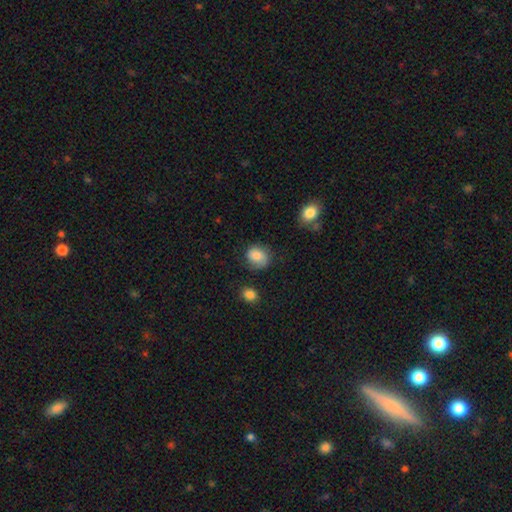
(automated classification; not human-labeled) Smooth or featured? Predicted: smooth (p=0.76). How rounded? Predicted: round (p=0.60). Merging? Predicted: none (p=0.66).